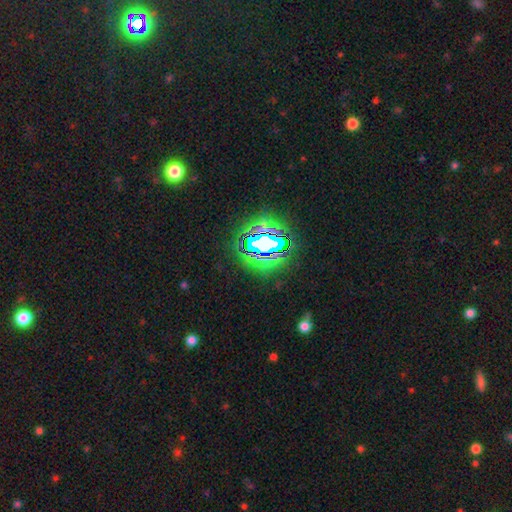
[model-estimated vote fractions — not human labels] Smooth or featured?
  - star or artifact: 84% *
  - smooth: 9%
  - featured or disk: 6%